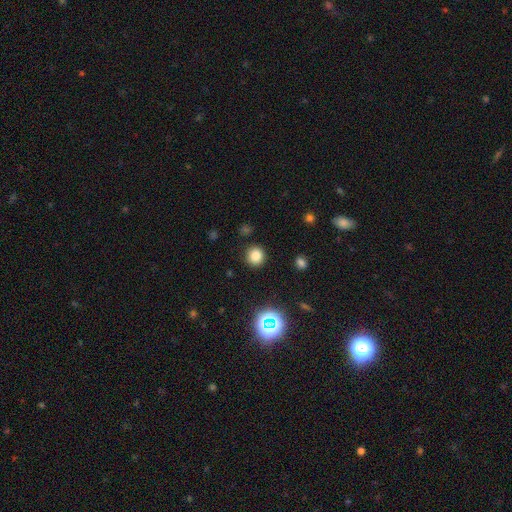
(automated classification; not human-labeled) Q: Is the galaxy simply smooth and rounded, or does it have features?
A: smooth — 80%.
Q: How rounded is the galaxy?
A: round — 90%.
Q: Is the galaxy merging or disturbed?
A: none — 89%.